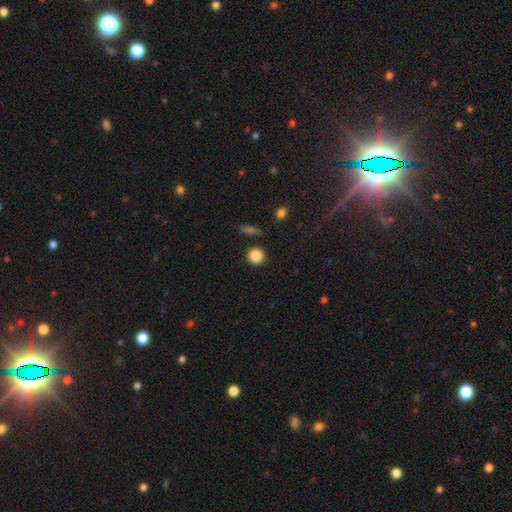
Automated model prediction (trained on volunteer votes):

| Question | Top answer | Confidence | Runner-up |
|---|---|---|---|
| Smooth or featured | smooth | 86% | star or artifact (10%) |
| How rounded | round | 92% | in between (6%) |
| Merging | none | 87% | minor disturbance (7%) |